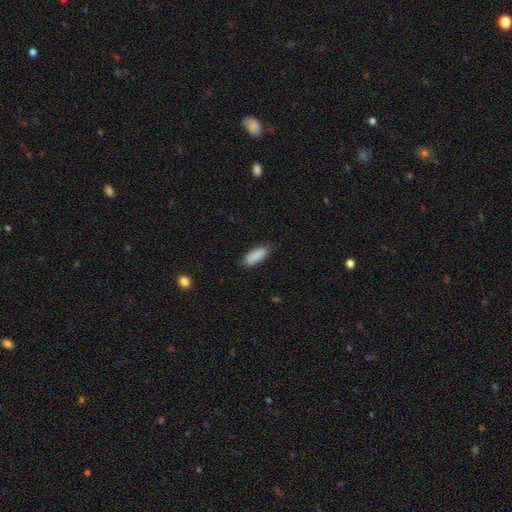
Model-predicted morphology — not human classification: Smooth or featured? Predicted: smooth (p=0.89). How rounded? Predicted: in between (p=0.71). Merging? Predicted: none (p=0.80).